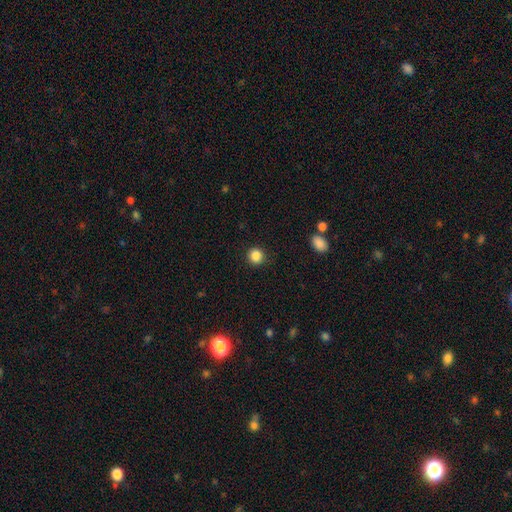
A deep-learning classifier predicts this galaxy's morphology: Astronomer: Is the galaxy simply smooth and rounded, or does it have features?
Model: smooth — 86%.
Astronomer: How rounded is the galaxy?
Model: round — 92%.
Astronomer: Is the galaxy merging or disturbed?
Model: none — 91%.